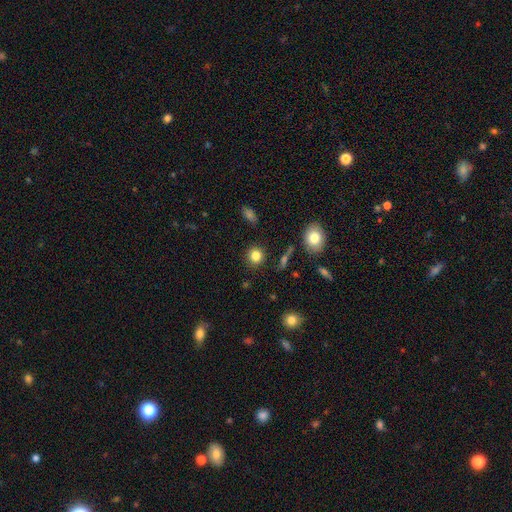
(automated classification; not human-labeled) A smooth galaxy with no disk features (83%) that is round (88%).

Vote fractions:
- Smooth or featured? smooth: 83% / star or artifact: 11% / featured or disk: 6%
- How rounded? round: 88% / in between: 11% / cigar-shaped: 1%
- Merging? none: 89% / minor disturbance: 7% / major disturbance: 2% / merger: 2%